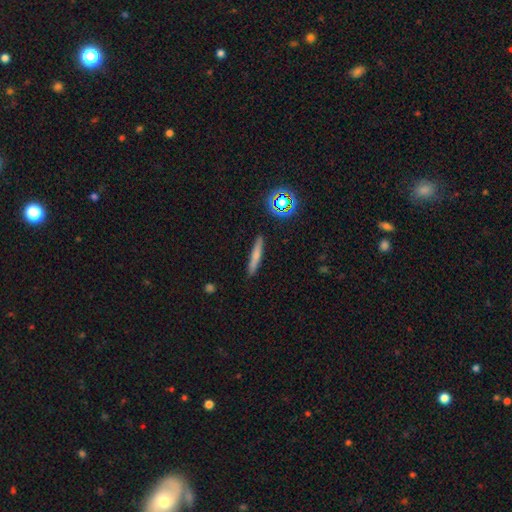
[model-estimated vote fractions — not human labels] Smooth or featured?
  - smooth: 67% *
  - featured or disk: 22%
  - star or artifact: 11%
How rounded?
  - cigar-shaped: 92% *
  - in between: 5%
  - round: 2%
Merging?
  - none: 89% *
  - minor disturbance: 7%
  - major disturbance: 2%
  - merger: 2%